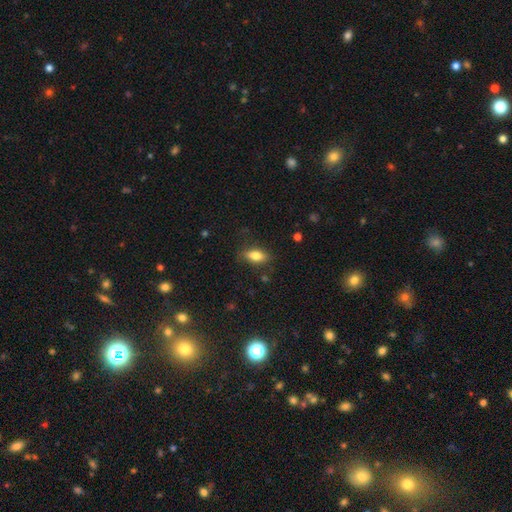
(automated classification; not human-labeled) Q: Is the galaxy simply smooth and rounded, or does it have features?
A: smooth — 79%.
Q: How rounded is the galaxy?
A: in between — 83%.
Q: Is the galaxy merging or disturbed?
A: none — 81%.